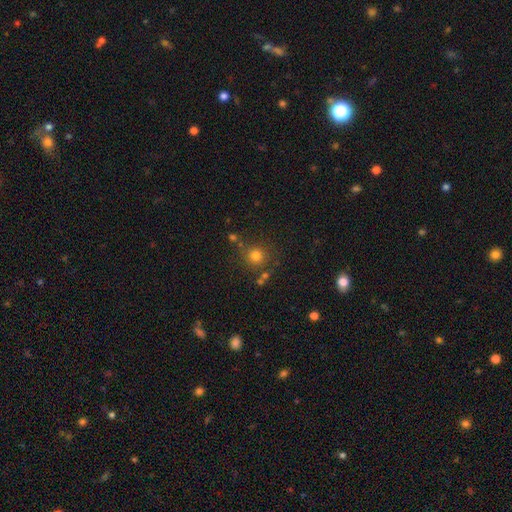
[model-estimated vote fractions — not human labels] A smooth galaxy with no disk features (76%) that is round (91%). Merging: none (74%).